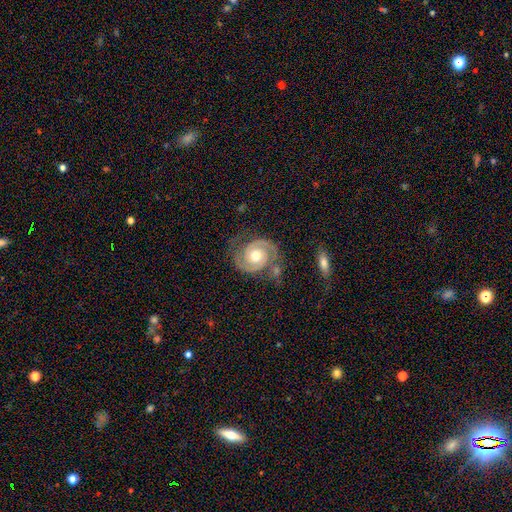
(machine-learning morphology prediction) A featured or disk galaxy (91%) with no bar (71%), 2 (93%) tight (57%) spiral arms (98%) and a moderate central bulge (76%). Merging: none (70%).